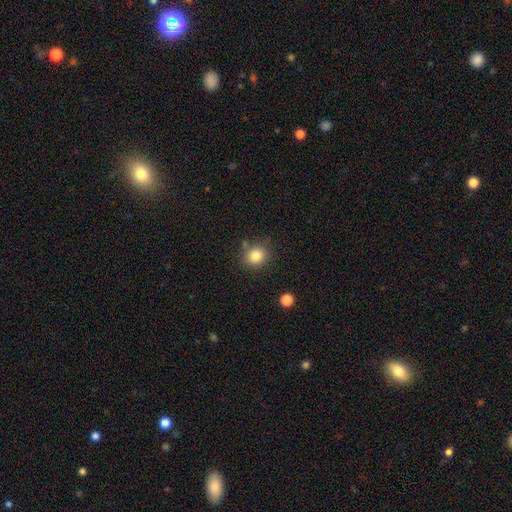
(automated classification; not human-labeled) smooth_or_featured: smooth (p=0.83) [alt: star or artifact p=0.11]
how_rounded: round (p=0.78) [alt: in between p=0.21]
merging: none (p=0.79) [alt: minor disturbance p=0.12]